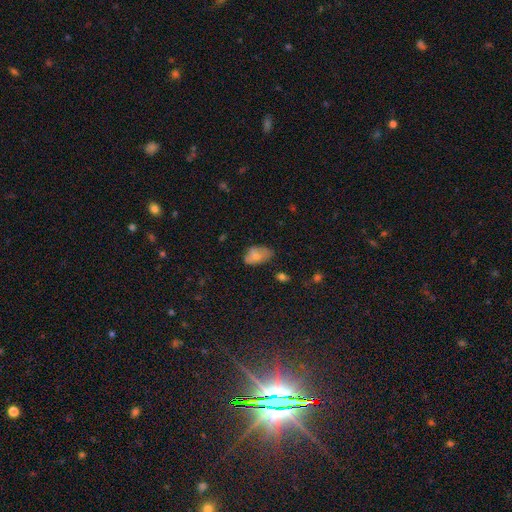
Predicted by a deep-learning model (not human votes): Smooth or featured? Predicted: smooth (p=0.74). How rounded? Predicted: in between (p=0.91). Merging? Predicted: none (p=0.54).